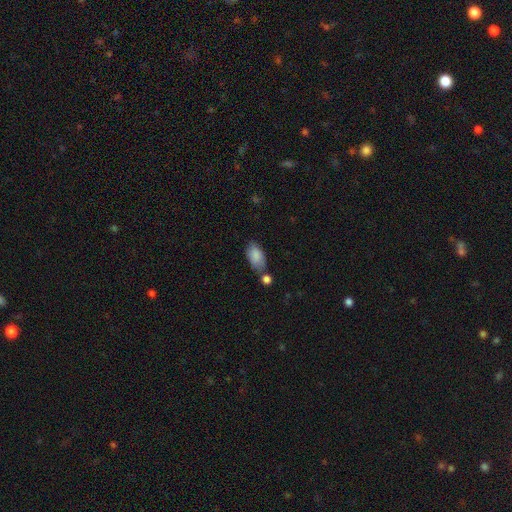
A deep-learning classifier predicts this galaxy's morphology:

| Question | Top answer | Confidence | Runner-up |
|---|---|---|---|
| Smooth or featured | smooth | 85% | featured or disk (8%) |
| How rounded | in between | 92% | round (4%) |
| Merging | none | 54% | minor disturbance (21%) |